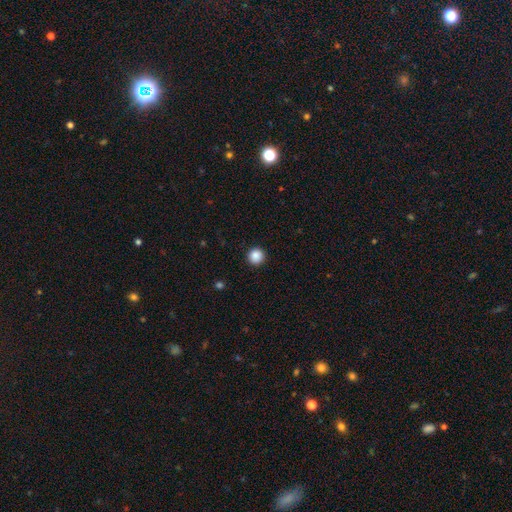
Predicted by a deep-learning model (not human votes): smooth_or_featured: smooth (p=0.88) [alt: star or artifact p=0.10]
how_rounded: round (p=0.95) [alt: in between p=0.04]
merging: none (p=0.93) [alt: minor disturbance p=0.05]